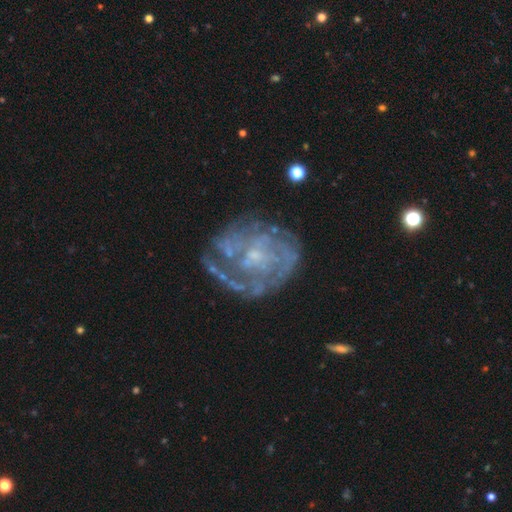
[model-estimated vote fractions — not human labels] Smooth or featured: featured or disk — 83% (smooth — 9%)
Edge-on disk: no — 98% (yes — 2%)
Bar: no — 67% (weak — 27%)
Spiral arms: yes — 81% (no — 19%)
Spiral winding: tight — 56% (medium — 31%)
Spiral arm count: can't tell — 45% (3 — 16%)
Bulge size: small — 65% (moderate — 17%)
Merging: none — 60% (minor disturbance — 19%)